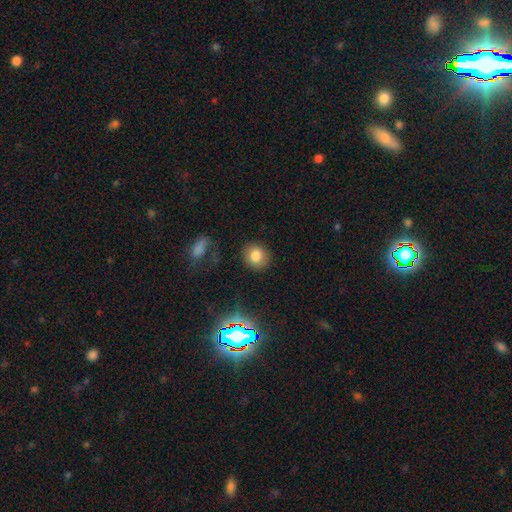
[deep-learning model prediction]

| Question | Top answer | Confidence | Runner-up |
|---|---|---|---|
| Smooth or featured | smooth | 79% | star or artifact (13%) |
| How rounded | round | 78% | in between (21%) |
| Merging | none | 85% | minor disturbance (10%) |